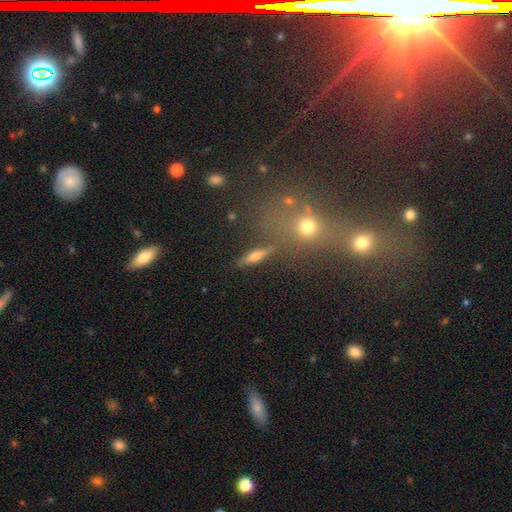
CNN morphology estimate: Smooth or featured?
  - featured or disk: 44% *
  - smooth: 42%
  - star or artifact: 14%
Merging?
  - none: 77% *
  - minor disturbance: 11%
  - merger: 6%
  - major disturbance: 5%